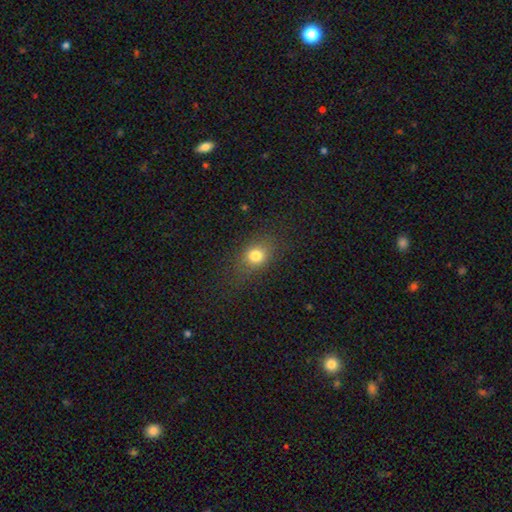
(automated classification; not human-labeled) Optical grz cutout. It shows a smooth galaxy with no disk features (78%) that is round (59%). Merging: none (78%).